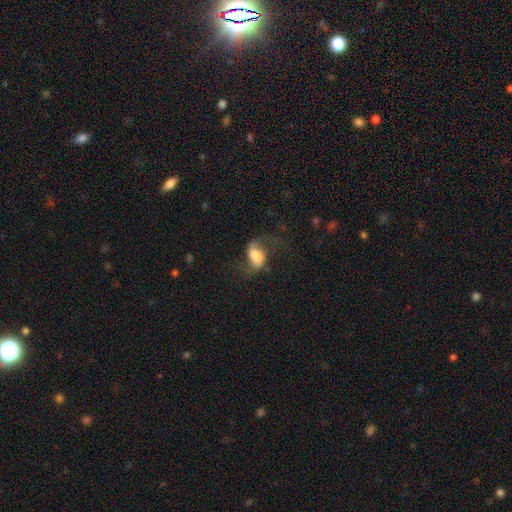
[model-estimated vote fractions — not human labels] The model was most divided on "smooth or featured": featured or disk: 53%, smooth: 38%, star or artifact: 9%. More confident: edge-on disk — no (95%); merging — none (50%).